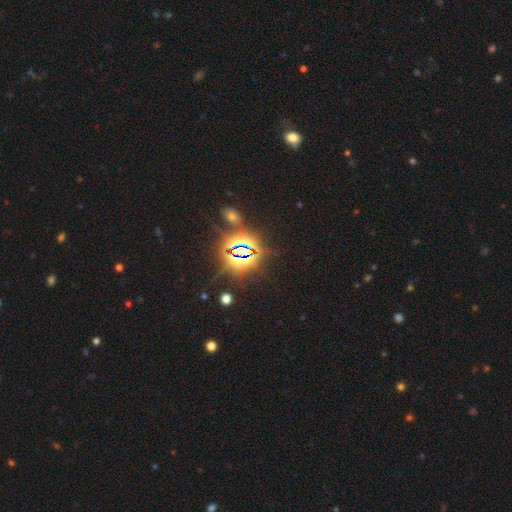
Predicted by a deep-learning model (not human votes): Smooth or featured? star or artifact (86%)